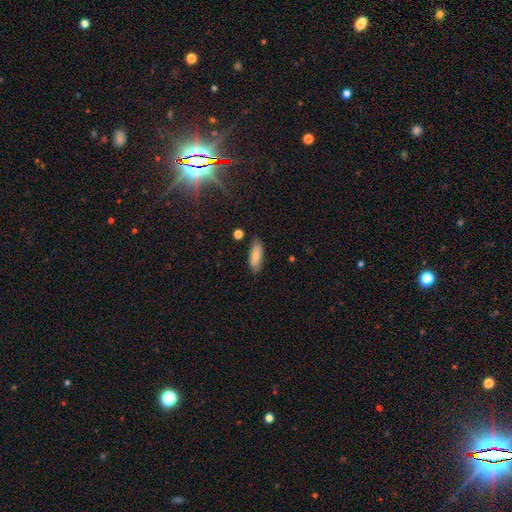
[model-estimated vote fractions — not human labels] A smooth galaxy with no disk features (77%) that is in between round and cigar-shaped (67%).

Vote fractions:
- Smooth or featured? smooth: 77% / featured or disk: 16% / star or artifact: 7%
- How rounded? in between: 67% / cigar-shaped: 30% / round: 2%
- Merging? none: 81% / minor disturbance: 14% / major disturbance: 3% / merger: 2%